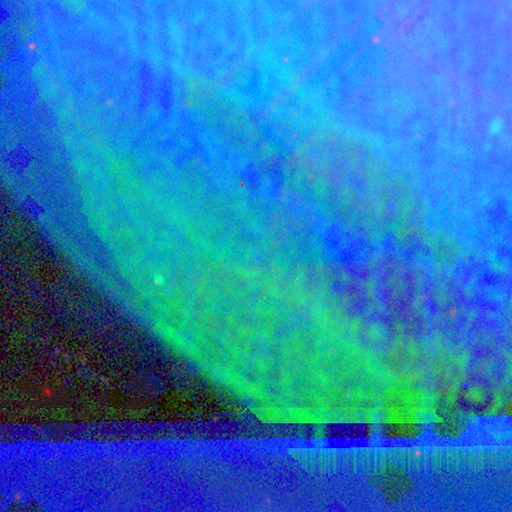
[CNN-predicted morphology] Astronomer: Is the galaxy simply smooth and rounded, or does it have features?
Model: star or artifact — 86%.